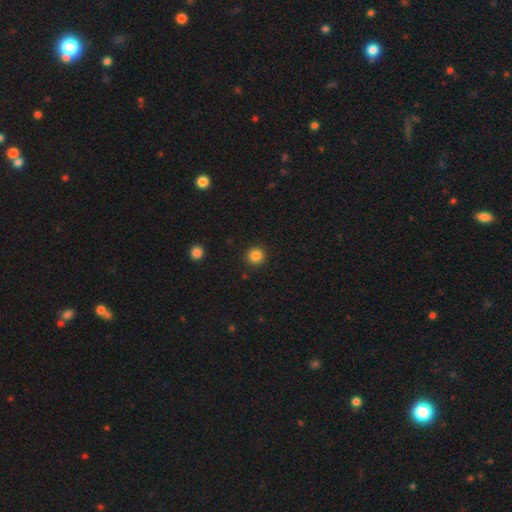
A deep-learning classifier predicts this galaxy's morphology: Smooth or featured? smooth (86%)
How rounded? round (94%)
Merging? none (91%)